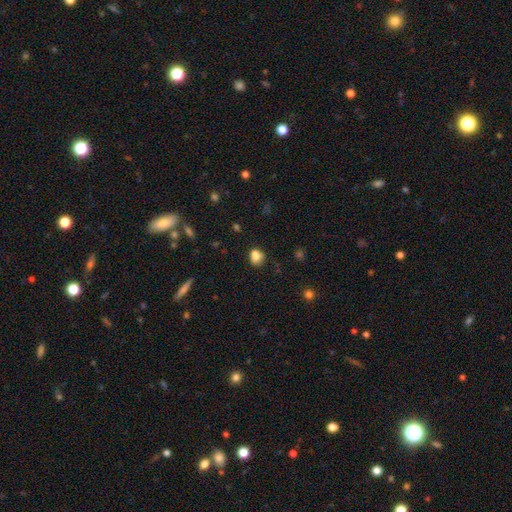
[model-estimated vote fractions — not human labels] A smooth galaxy with no disk features (82%) that is round (61%). Merging: none (63%).